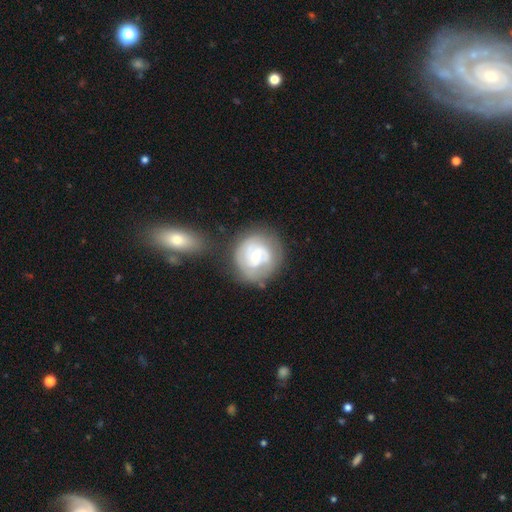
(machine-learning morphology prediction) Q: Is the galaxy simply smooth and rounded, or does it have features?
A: featured or disk — 66%.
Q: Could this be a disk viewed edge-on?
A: no — 97%.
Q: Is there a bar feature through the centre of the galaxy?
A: no — 69%.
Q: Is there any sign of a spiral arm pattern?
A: yes — 72%.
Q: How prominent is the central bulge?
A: moderate — 55%.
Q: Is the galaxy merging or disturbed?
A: none — 63%.